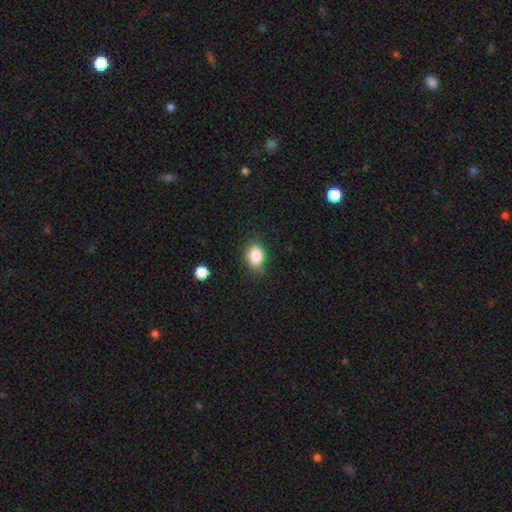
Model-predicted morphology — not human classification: Q: Smooth or featured?
A: smooth (86%); runner-up: star or artifact (9%)
Q: How rounded?
A: in between (70%); runner-up: round (29%)
Q: Merging?
A: none (81%); runner-up: minor disturbance (14%)